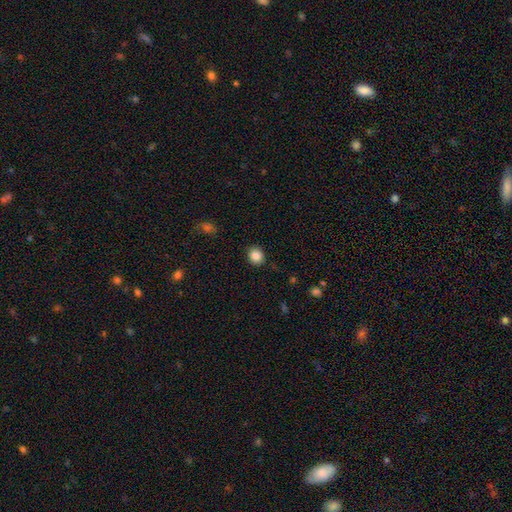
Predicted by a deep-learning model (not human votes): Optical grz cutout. It shows a smooth galaxy with no disk features (86%) that is round (76%). Merging: none (90%).